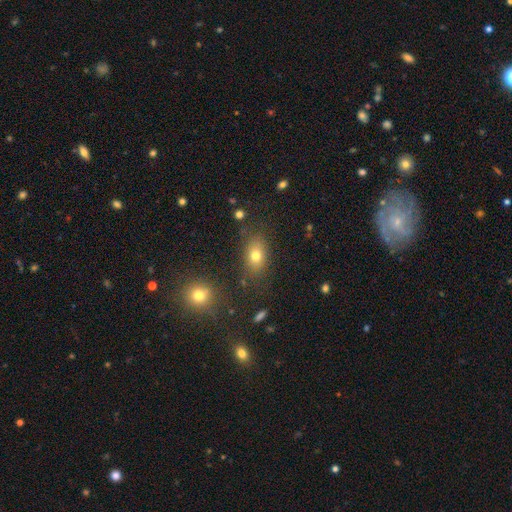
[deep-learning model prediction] Overall: smooth (73%). How rounded: in between (77%). Merging: none (79%).